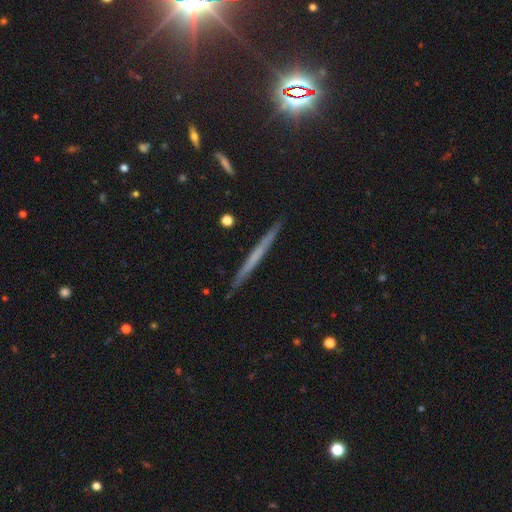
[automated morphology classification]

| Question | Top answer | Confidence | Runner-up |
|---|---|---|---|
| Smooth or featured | featured or disk | 52% | smooth (40%) |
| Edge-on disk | yes | 97% | no (3%) |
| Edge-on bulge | none | 89% | rounded (7%) |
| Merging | none | 91% | minor disturbance (7%) |